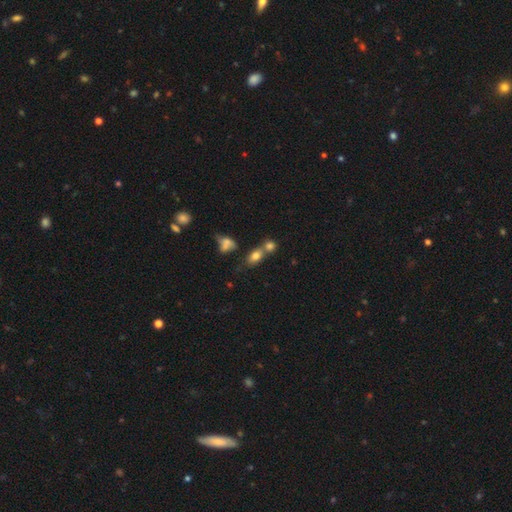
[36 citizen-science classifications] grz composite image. It shows a smooth galaxy with no disk features (86%) that is in between round and cigar-shaped (81%). Merging: merger (51%).